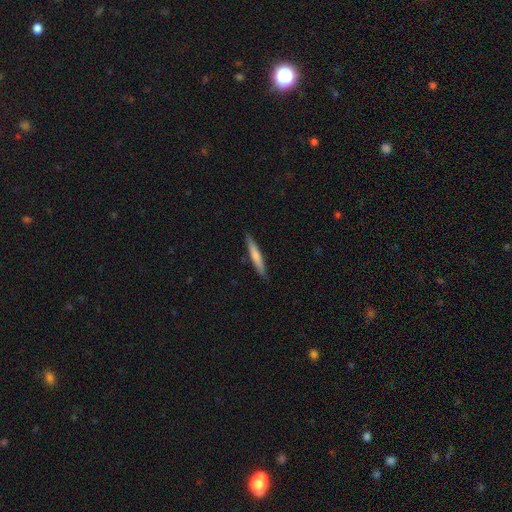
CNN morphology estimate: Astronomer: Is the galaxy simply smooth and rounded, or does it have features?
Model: smooth — 66%.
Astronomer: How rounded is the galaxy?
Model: cigar-shaped — 94%.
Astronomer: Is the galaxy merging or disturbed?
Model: none — 89%.